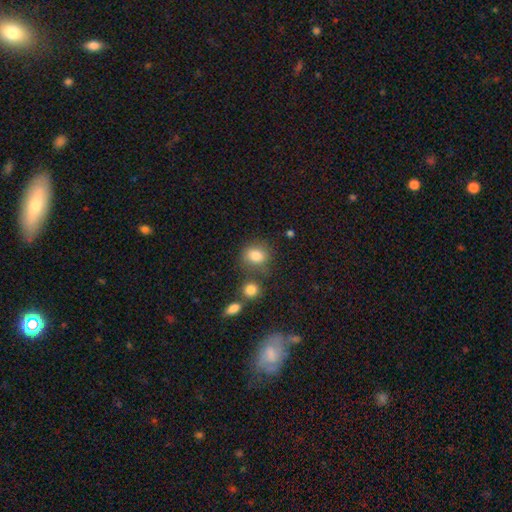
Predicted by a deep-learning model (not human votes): Smooth or featured?
  - smooth: 82% *
  - star or artifact: 10%
  - featured or disk: 7%
How rounded?
  - round: 65% *
  - in between: 34%
  - cigar-shaped: 1%
Merging?
  - none: 66% *
  - minor disturbance: 15%
  - merger: 14%
  - major disturbance: 5%